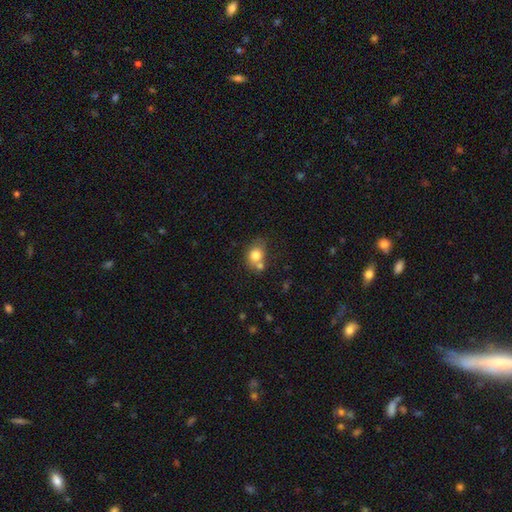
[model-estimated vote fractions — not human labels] smooth_or_featured: smooth (p=0.78) [alt: featured or disk p=0.12]
how_rounded: round (p=0.60) [alt: in between p=0.39]
merging: none (p=0.48) [alt: merger p=0.32]